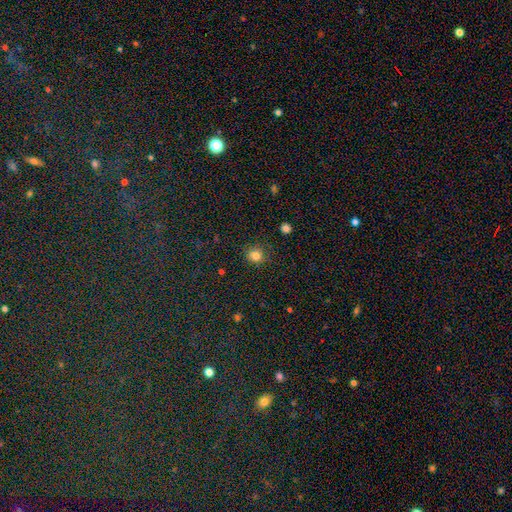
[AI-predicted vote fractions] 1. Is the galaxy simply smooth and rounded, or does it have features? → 82% smooth, 13% star or artifact, 5% featured or disk.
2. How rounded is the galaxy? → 86% round, 13% in between, 1% cigar-shaped.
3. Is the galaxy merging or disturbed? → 85% none, 11% minor disturbance, 3% major disturbance, 1% merger.